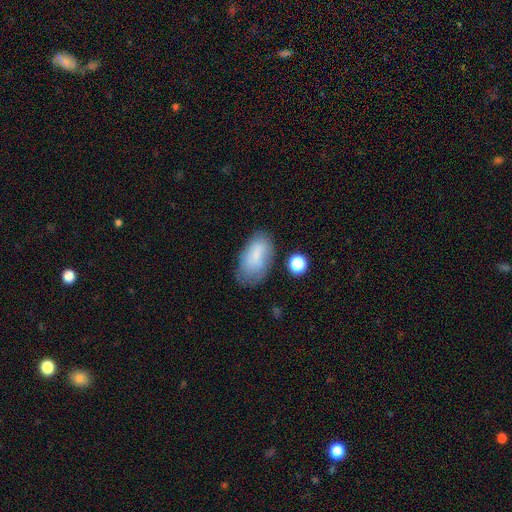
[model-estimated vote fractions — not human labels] Overall: smooth (78%). How rounded: in between (93%). Merging: none (61%; minor disturbance 25%).